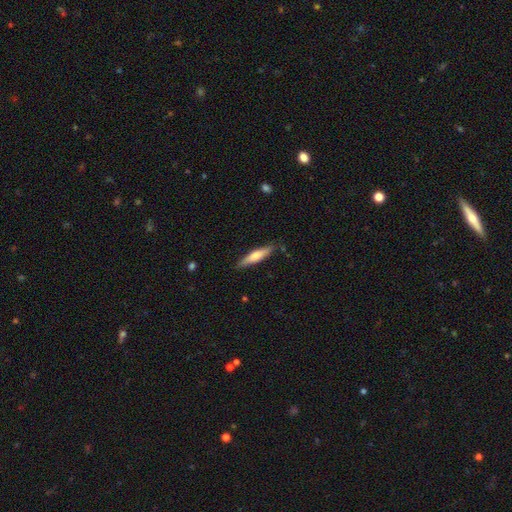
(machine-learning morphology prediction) The model was most divided on "smooth or featured": smooth: 57%, featured or disk: 37%, star or artifact: 6%. More confident: merging — none (85%); how rounded — cigar-shaped (82%).